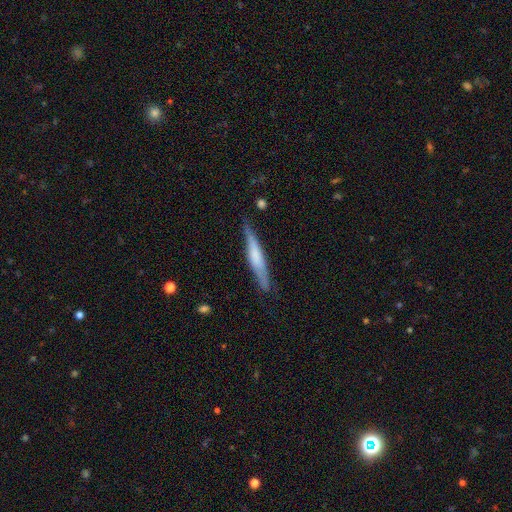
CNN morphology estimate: Smooth or featured?
  - featured or disk: 51% *
  - smooth: 43%
  - star or artifact: 6%
Edge-on disk?
  - yes: 94% *
  - no: 6%
Merging?
  - none: 82% *
  - minor disturbance: 14%
  - major disturbance: 3%
  - merger: 2%